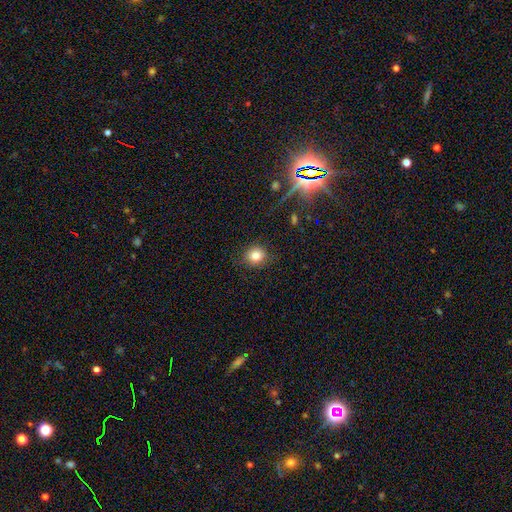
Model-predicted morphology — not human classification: type=smooth (83%); roundness=round (77%); merging=none (84%).